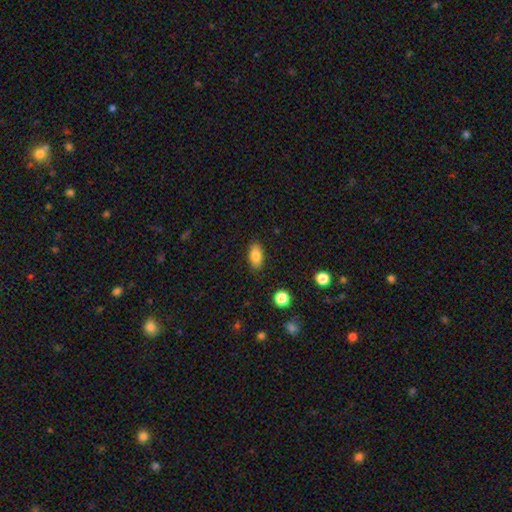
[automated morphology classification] The model was most divided on "smooth or featured": smooth: 84%, star or artifact: 9%, featured or disk: 8%. More confident: how rounded — in between (88%); merging — none (86%).